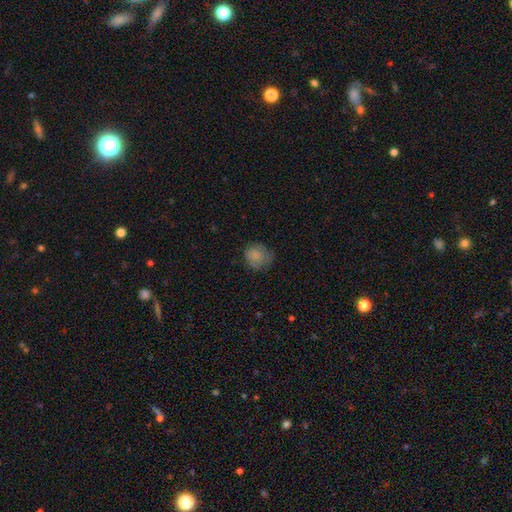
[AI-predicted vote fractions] This appears to be a smooth galaxy with no disk features (79%) that is round (82%). Merging: none (64%).